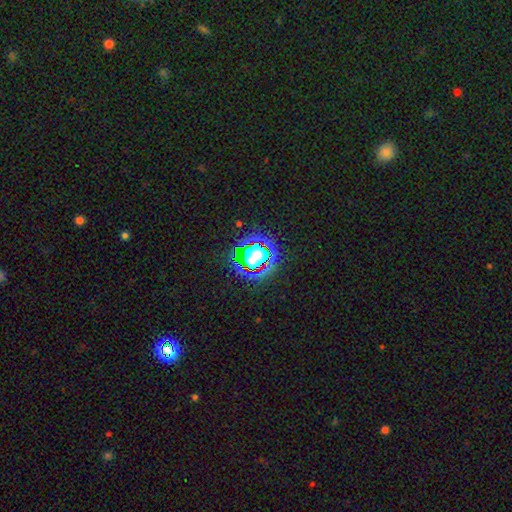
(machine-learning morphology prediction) This is possibly a star or artifact rather than a galaxy (56%).